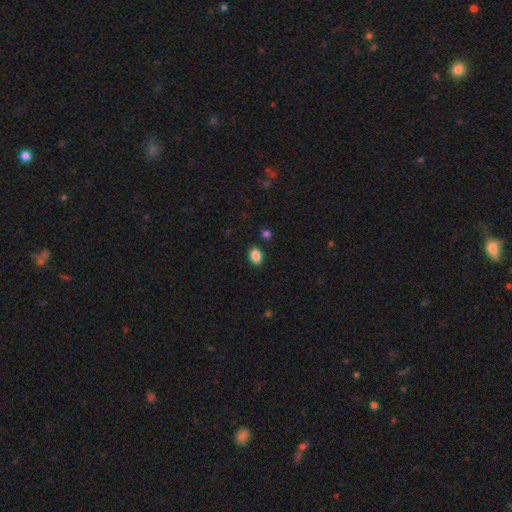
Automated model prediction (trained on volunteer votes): A smooth galaxy with no disk features (87%) that is in between round and cigar-shaped (77%).

Vote fractions:
- Smooth or featured? smooth: 87% / star or artifact: 9% / featured or disk: 4%
- How rounded? in between: 77% / round: 22% / cigar-shaped: 1%
- Merging? none: 86% / minor disturbance: 9% / merger: 3% / major disturbance: 2%